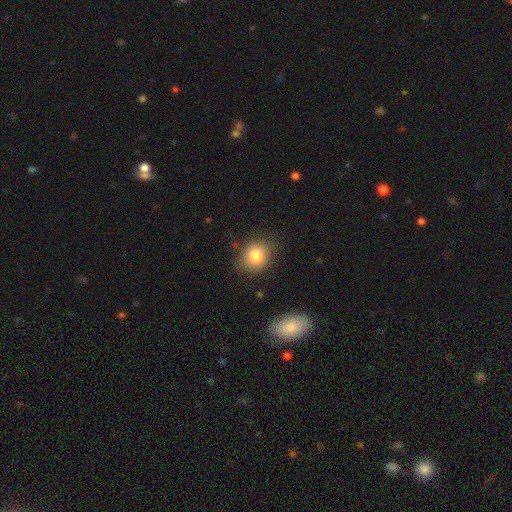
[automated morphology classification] The model was most divided on "how rounded": round: 61%, in between: 38%, cigar-shaped: 1%. More confident: smooth or featured — smooth (82%); merging — none (78%).